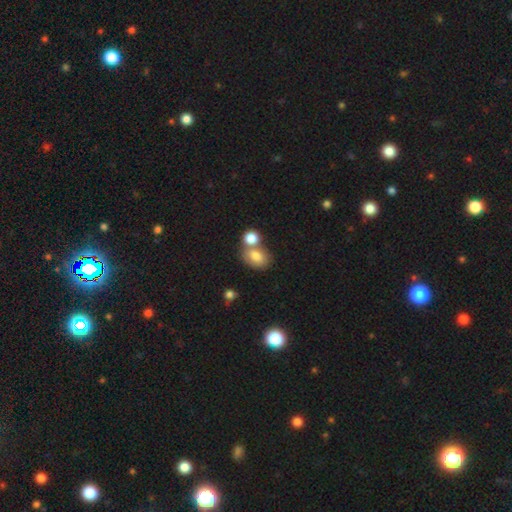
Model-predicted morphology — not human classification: Smooth or featured: smooth — 79% (featured or disk — 11%)
How rounded: in between — 63% (round — 36%)
Merging: merger — 43% (none — 42%)